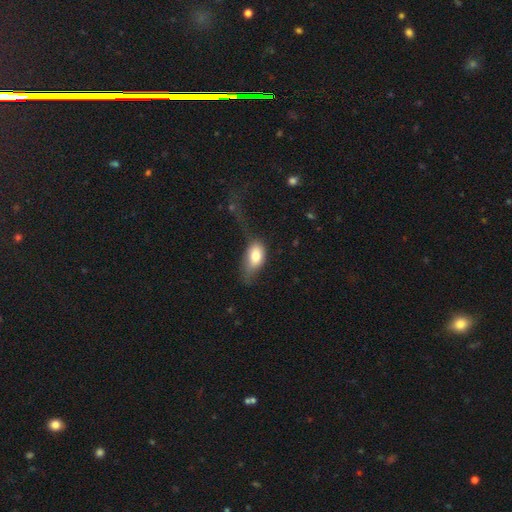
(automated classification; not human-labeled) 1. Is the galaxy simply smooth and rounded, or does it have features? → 76% smooth, 17% featured or disk, 7% star or artifact.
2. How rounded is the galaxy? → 88% in between, 8% round, 4% cigar-shaped.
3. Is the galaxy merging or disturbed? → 39% major disturbance, 31% minor disturbance, 26% none, 4% merger.